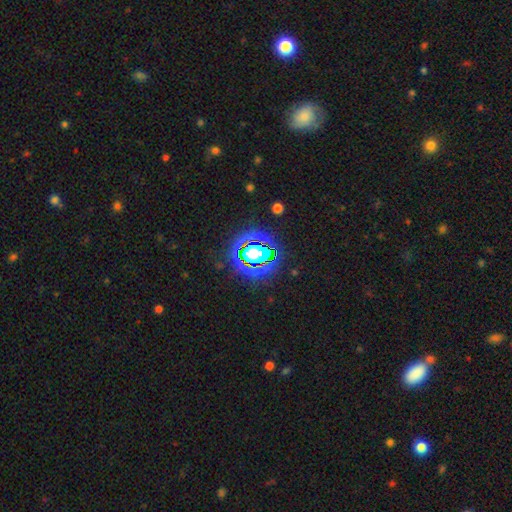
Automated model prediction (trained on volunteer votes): smooth_or_featured: star or artifact (p=0.59) [alt: smooth p=0.25]